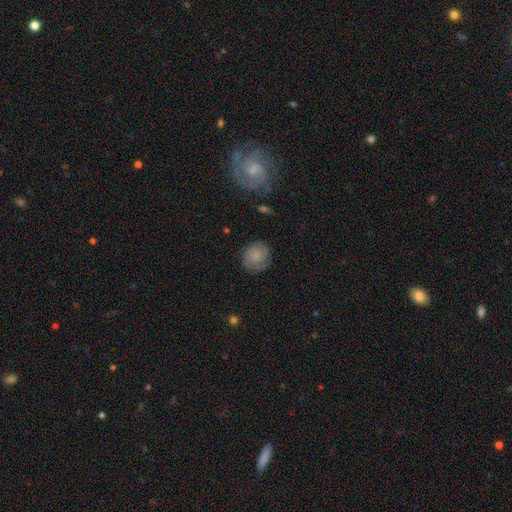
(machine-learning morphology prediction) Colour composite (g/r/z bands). It shows a smooth galaxy with no disk features (55%) that is round (81%). Merging: none (78%).